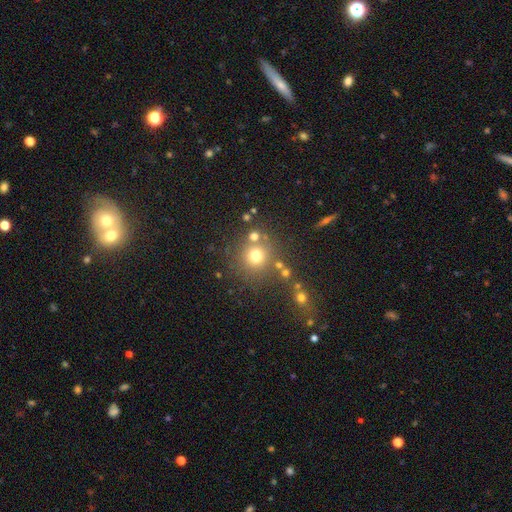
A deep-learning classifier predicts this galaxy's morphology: This is likely a smooth galaxy (72%). How rounded: clearly round (92%). Merging: likely none (74%).